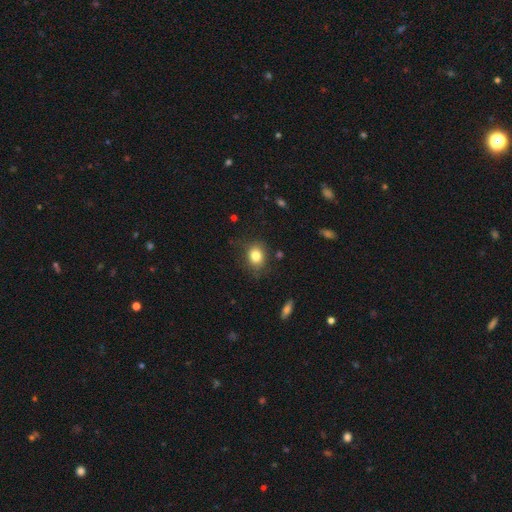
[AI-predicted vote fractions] smooth 82%, star or artifact 10%, featured or disk 8%. Down the decision tree: how rounded — round (56%); merging — none (77%).